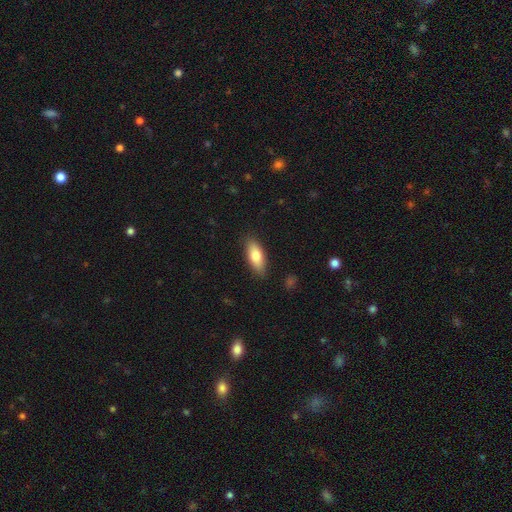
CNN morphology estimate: smooth-or-featured: smooth: 78% | featured or disk: 16% | star or artifact: 6%
  how-rounded: in between: 76% | cigar-shaped: 22% | round: 2%
  merging: none: 86% | minor disturbance: 11% | major disturbance: 2% | merger: 1%